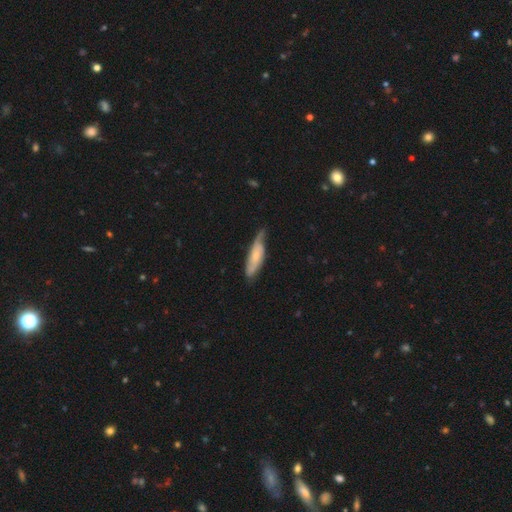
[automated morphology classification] A featured or disk galaxy (51%).

Vote fractions:
- Smooth or featured? featured or disk: 51% / smooth: 43% / star or artifact: 6%
- Edge-on disk? no: 67% / yes: 33%
- Merging? none: 57% / minor disturbance: 32% / major disturbance: 9% / merger: 2%